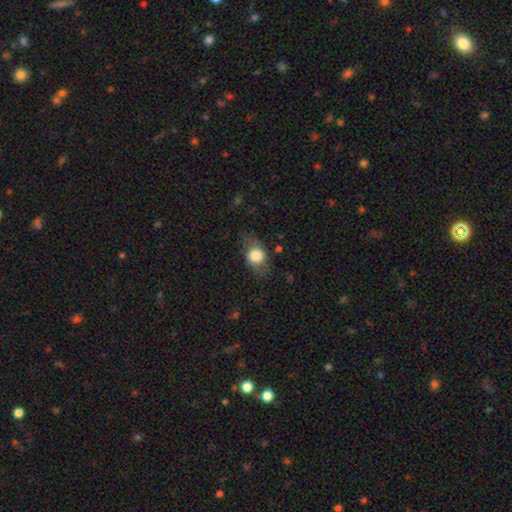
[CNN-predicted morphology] smooth 76%, featured or disk 16%, star or artifact 8%. Down the decision tree: how rounded — in between (53%); merging — none (69%).